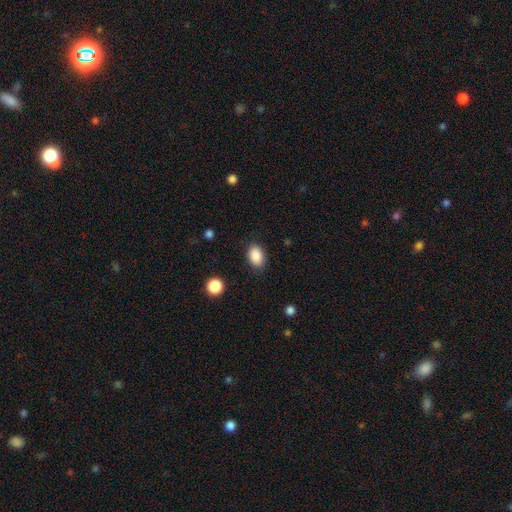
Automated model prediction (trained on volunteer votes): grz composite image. It shows a smooth galaxy with no disk features (88%) that is in between round and cigar-shaped (83%). Merging: none (86%).